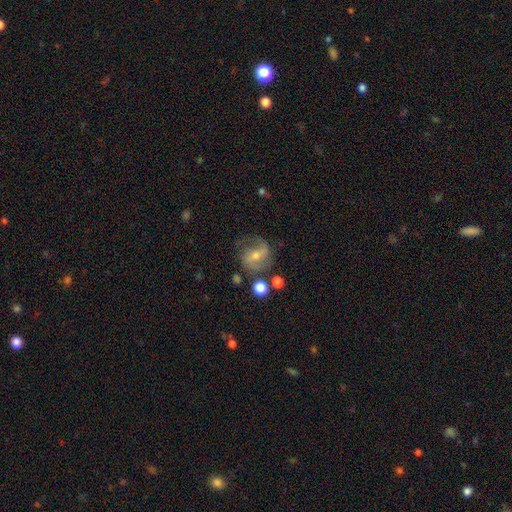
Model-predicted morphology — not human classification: Q: Smooth or featured?
A: featured or disk (72%); runner-up: smooth (17%)
Q: Edge-on disk?
A: no (97%); runner-up: yes (3%)
Q: Bar?
A: no (42%); tied with: weak (42%)
Q: Spiral arms?
A: yes (91%); runner-up: no (9%)
Q: Spiral winding?
A: medium (48%); runner-up: loose (27%)
Q: Spiral arm count?
A: 2 (69%); runner-up: can't tell (12%)
Q: Bulge size?
A: small (47%); tied with: moderate (47%)
Q: Merging?
A: none (66%); runner-up: minor disturbance (18%)